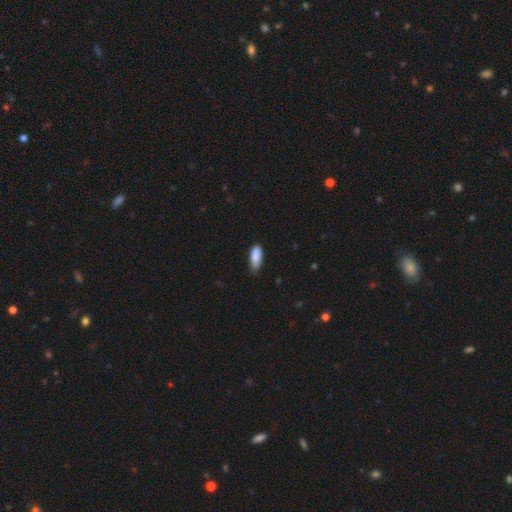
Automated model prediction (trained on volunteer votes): smooth_or_featured: smooth (p=0.88) [alt: star or artifact p=0.07]
how_rounded: in between (p=0.77) [alt: cigar-shaped p=0.21]
merging: none (p=0.64) [alt: minor disturbance p=0.30]